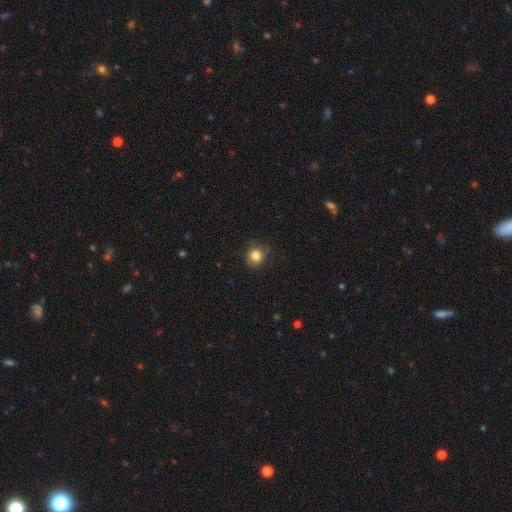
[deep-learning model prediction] Smooth or featured?
  - smooth: 83% *
  - star or artifact: 11%
  - featured or disk: 6%
How rounded?
  - round: 89% *
  - in between: 11%
  - cigar-shaped: 1%
Merging?
  - none: 83% *
  - minor disturbance: 13%
  - major disturbance: 3%
  - merger: 1%